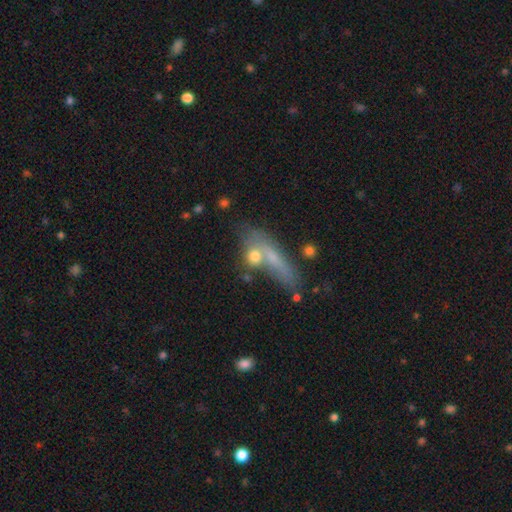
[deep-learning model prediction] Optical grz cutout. It shows a smooth galaxy with no disk features (65%) that is in between round and cigar-shaped (35%, tied with round). Merging: none (38%).